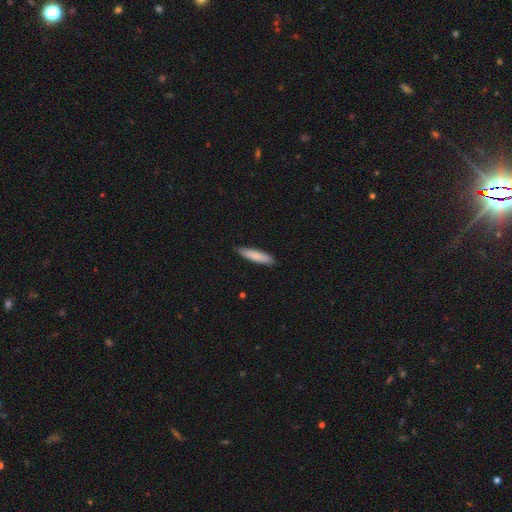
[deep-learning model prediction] The model was most divided on "how rounded": cigar-shaped: 74%, in between: 25%, round: 1%. More confident: merging — none (88%); smooth or featured — smooth (83%).